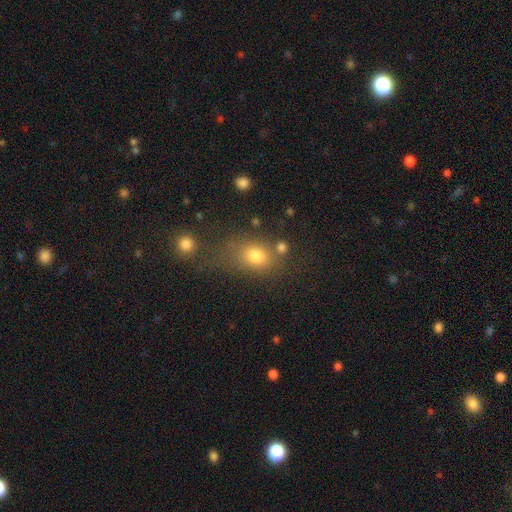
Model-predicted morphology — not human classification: Smooth or featured? smooth (76%)
How rounded? in between (54%)
Merging? none (54%)